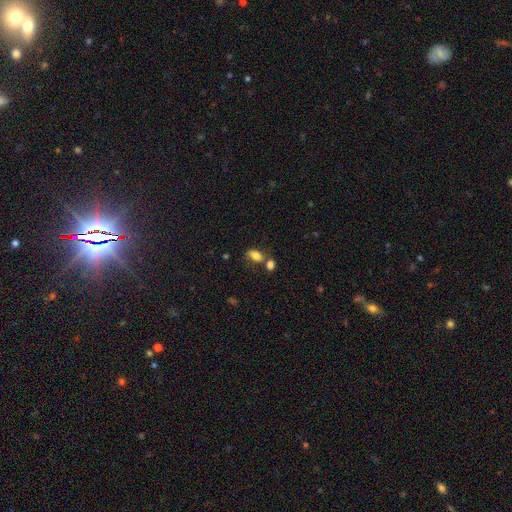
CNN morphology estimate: type=smooth (80%); roundness=in between (87%); merging=none (50%).